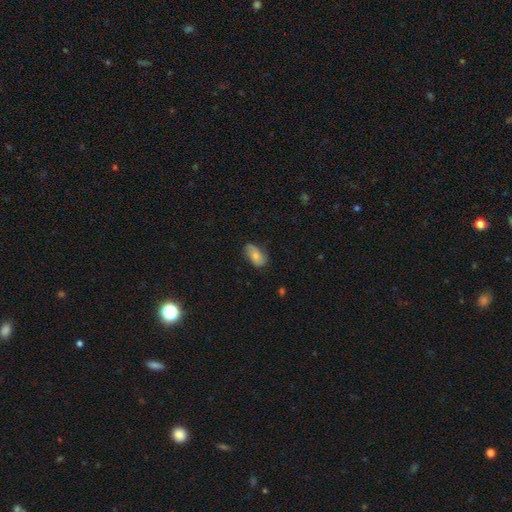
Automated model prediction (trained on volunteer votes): Smooth or featured? smooth (68%)
How rounded? in between (92%)
Merging? none (66%)